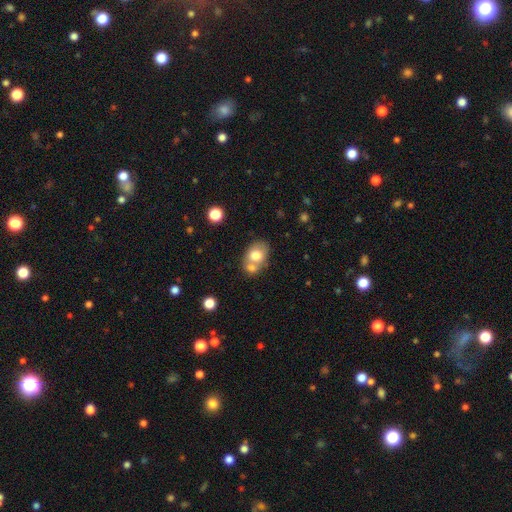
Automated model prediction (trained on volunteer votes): smooth-or-featured: smooth: 72% | featured or disk: 19% | star or artifact: 9%
  how-rounded: in between: 68% | round: 31% | cigar-shaped: 1%
  merging: merger: 46% | none: 38% | minor disturbance: 12% | major disturbance: 4%